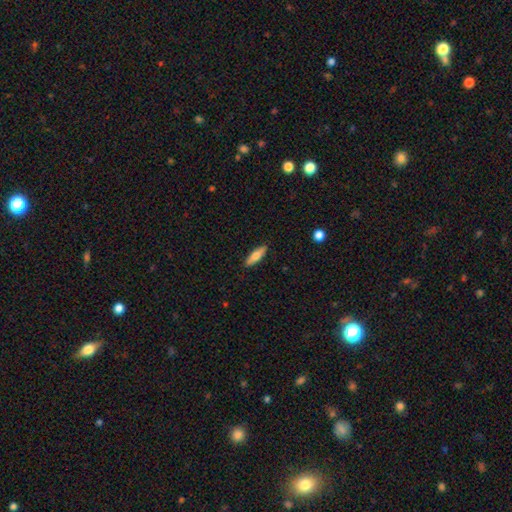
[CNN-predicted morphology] type=smooth (73%); roundness=cigar-shaped (55%); merging=none (89%).